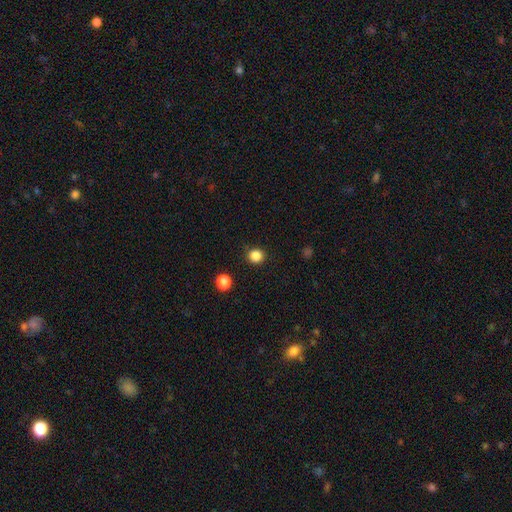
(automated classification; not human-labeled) smooth 84%, star or artifact 12%, featured or disk 3%. Down the decision tree: how rounded — round (93%); merging — none (90%).